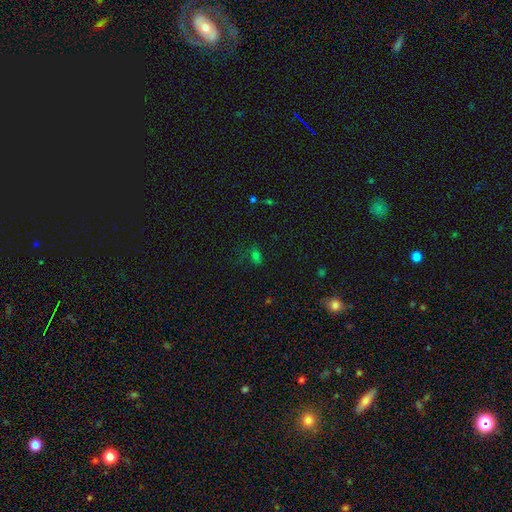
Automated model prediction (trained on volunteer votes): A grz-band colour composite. It shows a smooth galaxy with no disk features (63%) that is in between round and cigar-shaped (74%). Merging: none (61%).